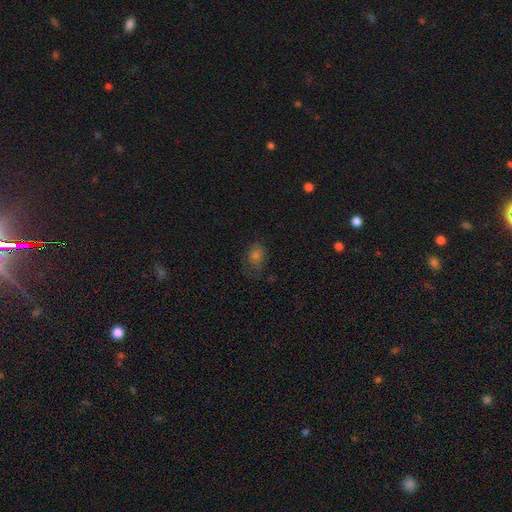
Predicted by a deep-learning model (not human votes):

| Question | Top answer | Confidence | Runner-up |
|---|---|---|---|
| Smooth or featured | smooth | 62% | star or artifact (20%) |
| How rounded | in between | 57% | round (42%) |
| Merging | none | 57% | minor disturbance (24%) |